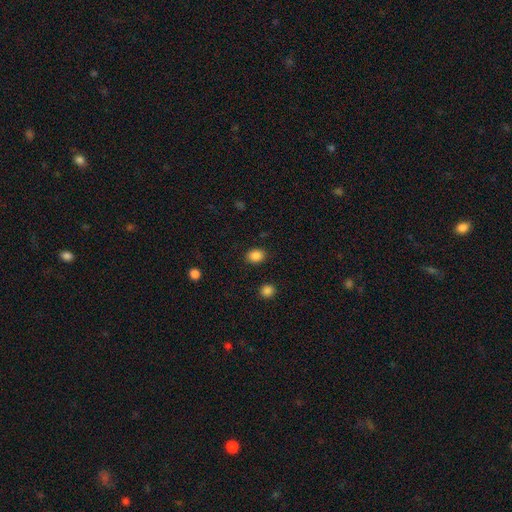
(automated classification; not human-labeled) A smooth galaxy with no disk features (87%) that is in between round and cigar-shaped (61%). Merging: none (87%).